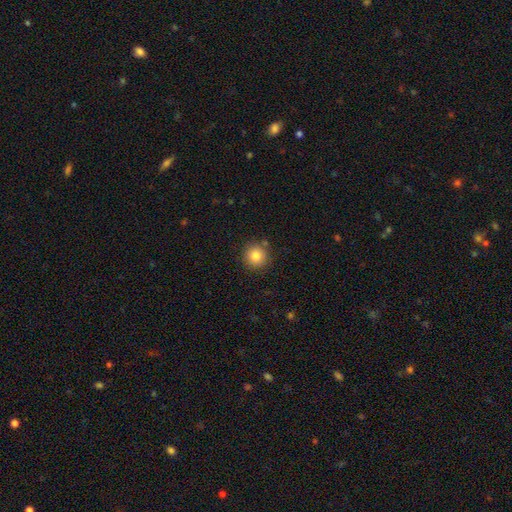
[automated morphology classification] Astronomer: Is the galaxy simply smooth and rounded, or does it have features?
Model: smooth — 83%.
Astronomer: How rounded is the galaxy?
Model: round — 93%.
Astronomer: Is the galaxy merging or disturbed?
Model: none — 86%.